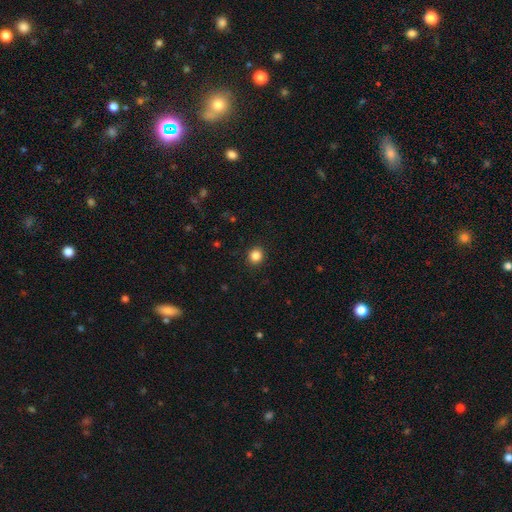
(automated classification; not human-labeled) Smooth or featured?
  - smooth: 85% *
  - star or artifact: 11%
  - featured or disk: 4%
How rounded?
  - round: 88% *
  - in between: 11%
  - cigar-shaped: 1%
Merging?
  - none: 92% *
  - minor disturbance: 5%
  - major disturbance: 2%
  - merger: 1%